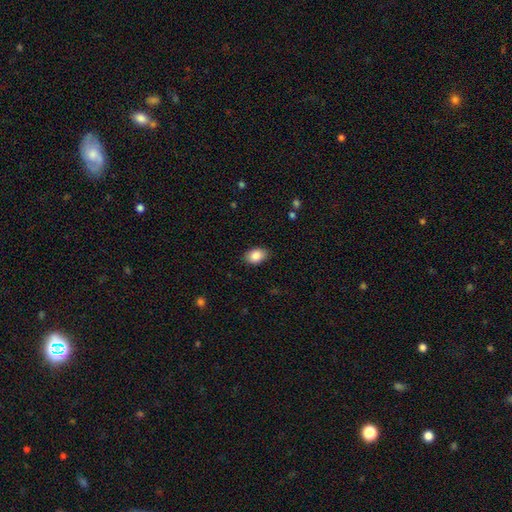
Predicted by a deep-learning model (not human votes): Overall: smooth (87%). How rounded: in between (85%). Merging: none (86%).